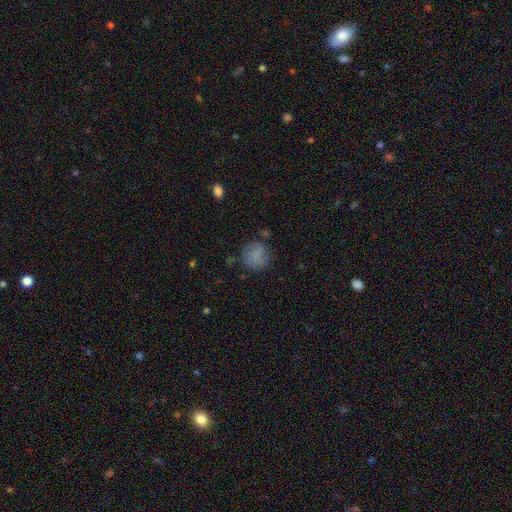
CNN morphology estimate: A smooth galaxy with no disk features (76%) that is round (81%).

Vote fractions:
- Smooth or featured? smooth: 76% / featured or disk: 13% / star or artifact: 11%
- How rounded? round: 81% / in between: 18% / cigar-shaped: 1%
- Merging? none: 67% / minor disturbance: 21% / major disturbance: 9% / merger: 3%